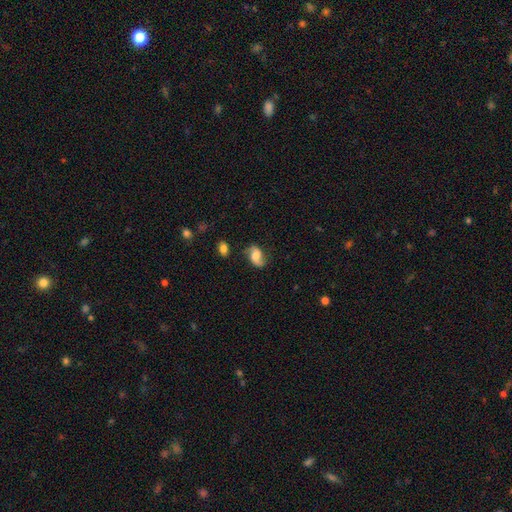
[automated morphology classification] Smooth or featured: featured or disk — 60% (smooth — 31%)
Edge-on disk: no — 96% (yes — 4%)
Bar: no — 57% (weak — 34%)
Spiral arms: yes — 92% (no — 8%)
Spiral winding: loose — 64% (medium — 27%)
Spiral arm count: 2 — 90% (can't tell — 4%)
Bulge size: moderate — 33% (large — 27%)
Merging: none — 70% (minor disturbance — 19%)